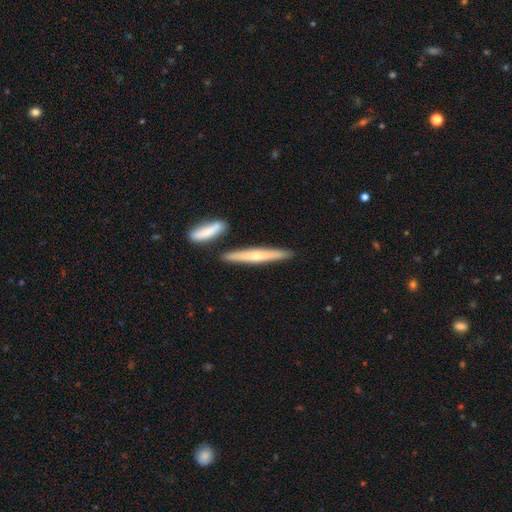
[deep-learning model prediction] A featured or disk galaxy (50%) viewed edge-on (94%).

Vote fractions:
- Smooth or featured? featured or disk: 50% / smooth: 44% / star or artifact: 6%
- Edge-on disk? yes: 94% / no: 6%
- Merging? none: 84% / minor disturbance: 8% / merger: 6% / major disturbance: 2%